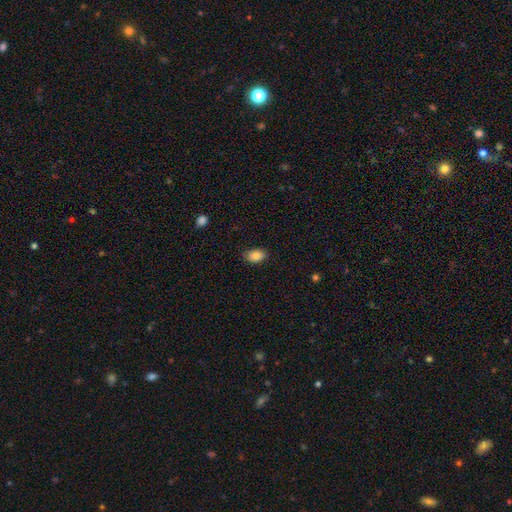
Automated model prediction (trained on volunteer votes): A smooth galaxy with no disk features (84%) that is in between round and cigar-shaped (86%). Merging: none (82%).